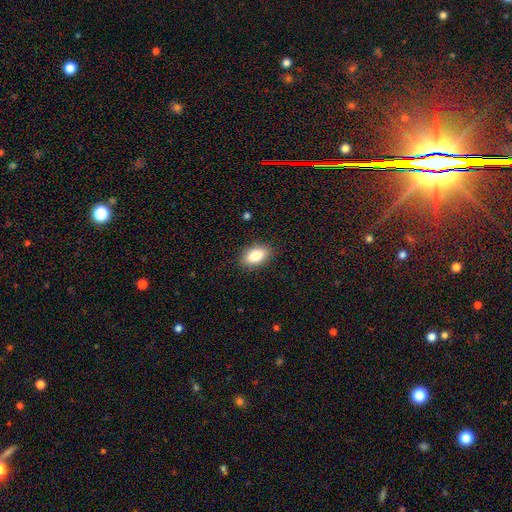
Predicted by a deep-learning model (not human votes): This is clearly a smooth galaxy (83%). How rounded: clearly in between (89%). Merging: clearly none (87%).